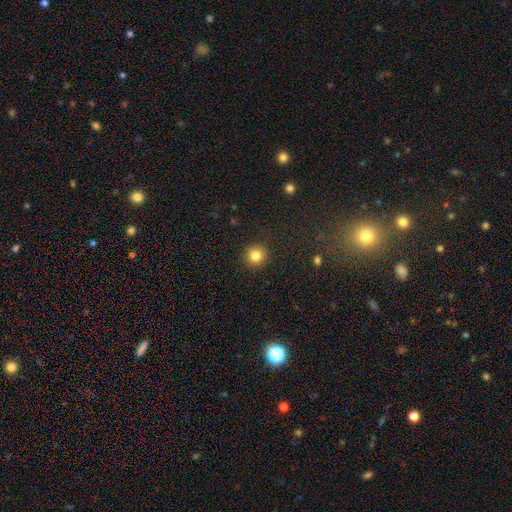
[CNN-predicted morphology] Smooth or featured: smooth — 83% (star or artifact — 11%)
How rounded: round — 95% (in between — 5%)
Merging: none — 92% (minor disturbance — 5%)